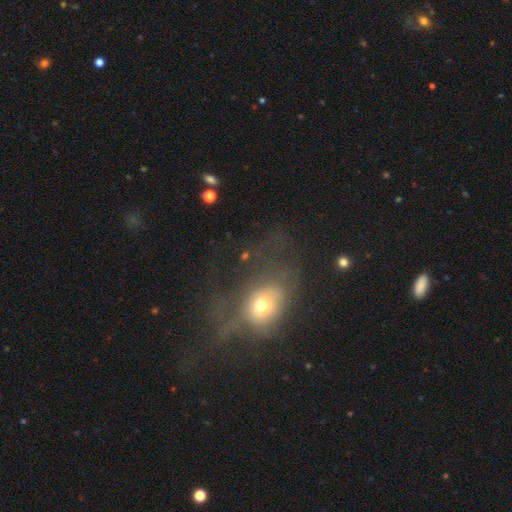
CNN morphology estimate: smooth-or-featured: smooth: 46% | featured or disk: 30% | star or artifact: 24%
  merging: major disturbance: 44% | none: 32% | minor disturbance: 20% | merger: 5%